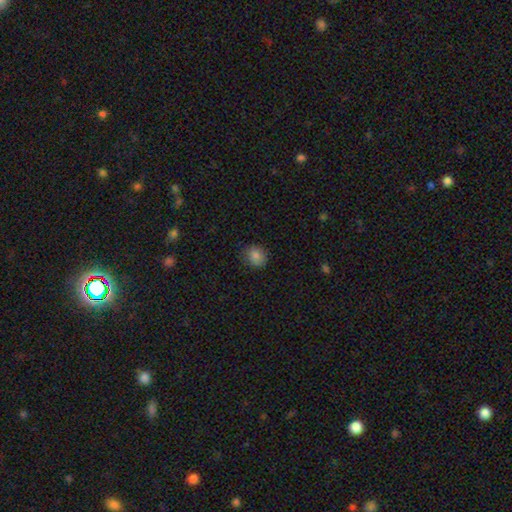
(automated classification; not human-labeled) Overall: smooth (84%). How rounded: round (77%). Merging: none (84%).